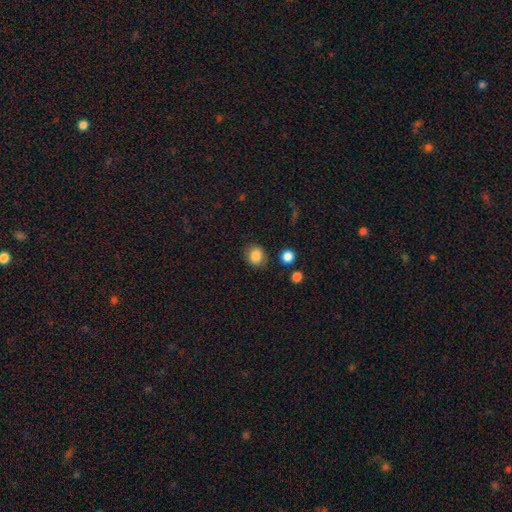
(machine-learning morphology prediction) Smooth or featured?
  - smooth: 86% *
  - star or artifact: 10%
  - featured or disk: 4%
How rounded?
  - round: 75% *
  - in between: 24%
  - cigar-shaped: 1%
Merging?
  - none: 82% *
  - minor disturbance: 11%
  - major disturbance: 4%
  - merger: 3%